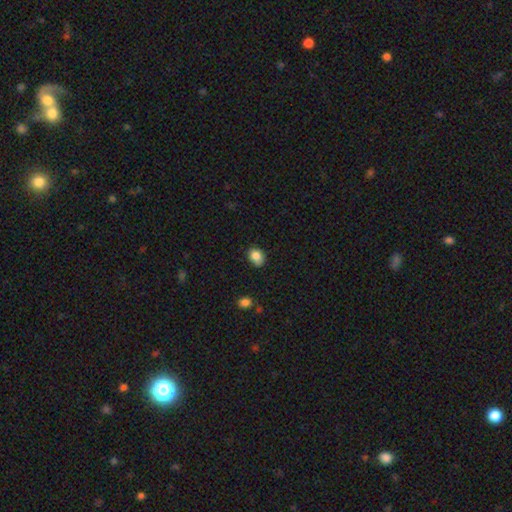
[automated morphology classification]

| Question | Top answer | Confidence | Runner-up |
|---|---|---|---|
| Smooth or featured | smooth | 86% | star or artifact (9%) |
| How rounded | in between | 63% | round (36%) |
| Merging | none | 76% | minor disturbance (20%) |